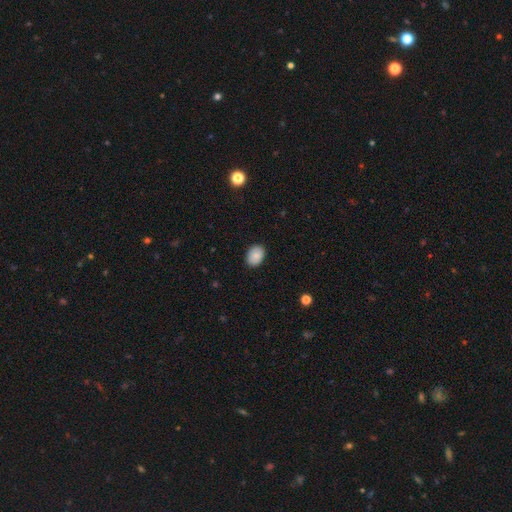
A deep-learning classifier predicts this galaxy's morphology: This appears to be a smooth galaxy with no disk features (86%) that is in between round and cigar-shaped (76%). Merging: none (88%).